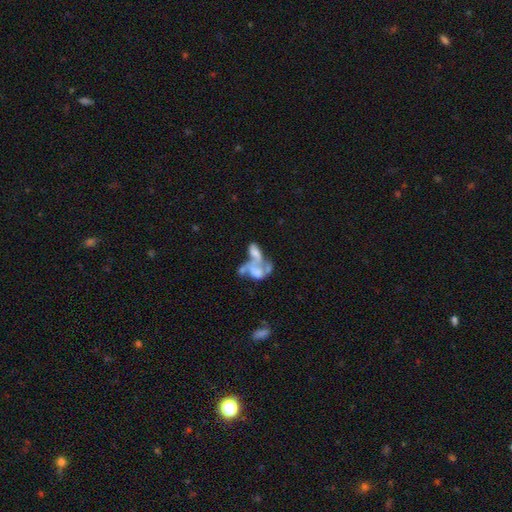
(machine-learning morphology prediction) The model was most divided on "smooth or featured": featured or disk: 52%, smooth: 36%, star or artifact: 11%. More confident: edge-on disk — no (97%); bar — no (90%); spiral arms — no (86%); merging — merger (67%); bulge size — none (65%).